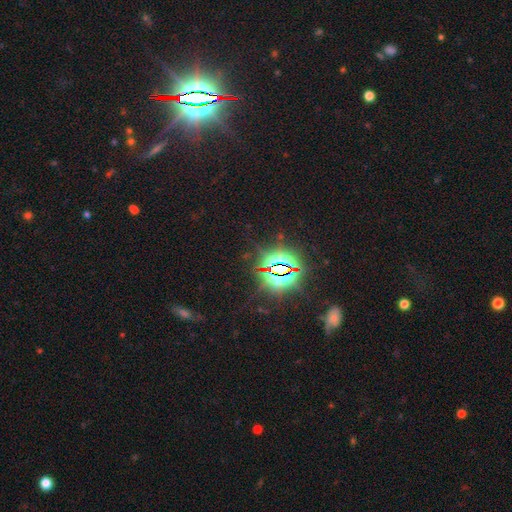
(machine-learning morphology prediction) star or artifact 86%, smooth 8%, featured or disk 6%.